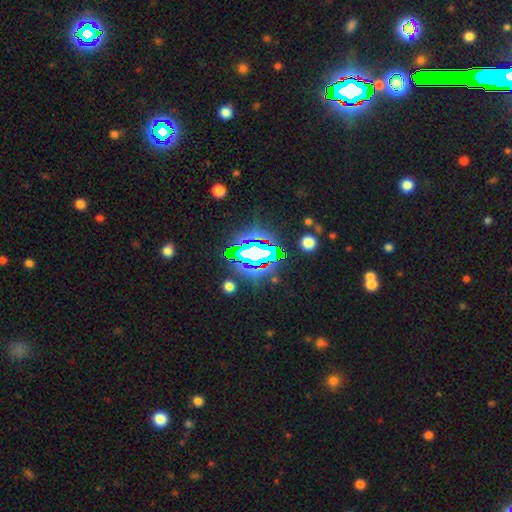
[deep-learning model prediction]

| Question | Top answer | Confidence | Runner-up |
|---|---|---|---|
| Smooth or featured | star or artifact | 80% | smooth (11%) |